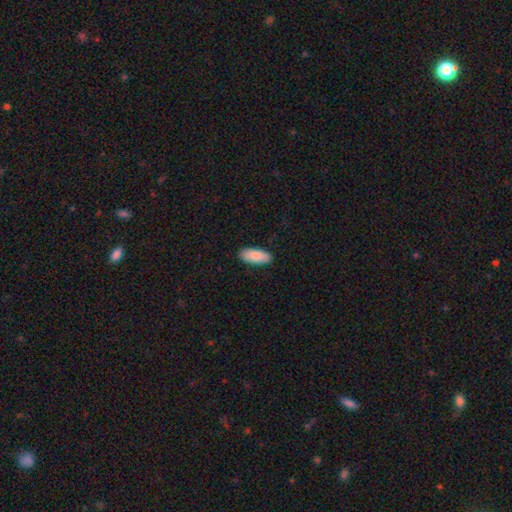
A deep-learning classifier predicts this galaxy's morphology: smooth_or_featured: smooth (p=0.88) [alt: featured or disk p=0.06]
how_rounded: in between (p=0.85) [alt: cigar-shaped p=0.14]
merging: none (p=0.89) [alt: minor disturbance p=0.08]